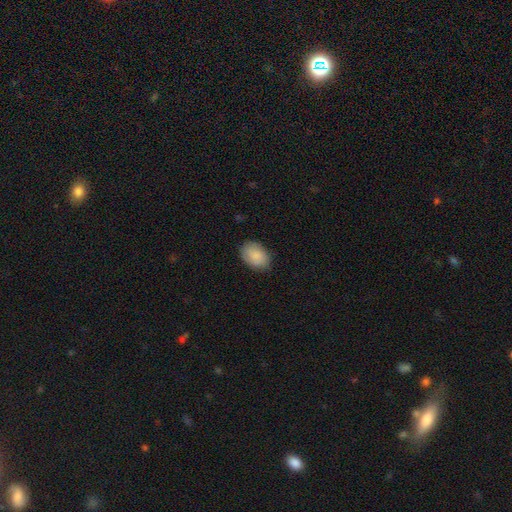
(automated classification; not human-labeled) Overall: smooth (88%). How rounded: in between (79%). Merging: none (83%).